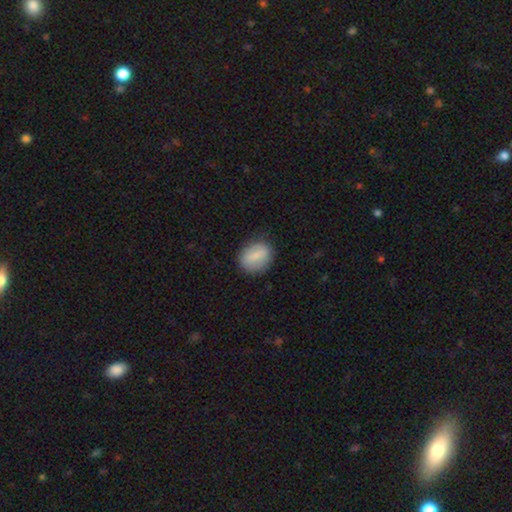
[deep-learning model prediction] Q: Smooth or featured?
A: smooth (80%); runner-up: featured or disk (13%)
Q: How rounded?
A: in between (59%); runner-up: round (39%)
Q: Merging?
A: none (81%); runner-up: minor disturbance (14%)